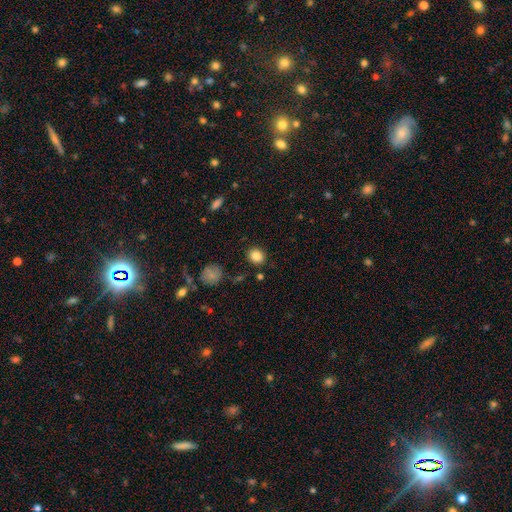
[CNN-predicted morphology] Q: Smooth or featured?
A: smooth (86%); runner-up: star or artifact (10%)
Q: How rounded?
A: round (68%); runner-up: in between (31%)
Q: Merging?
A: none (87%); runner-up: minor disturbance (8%)